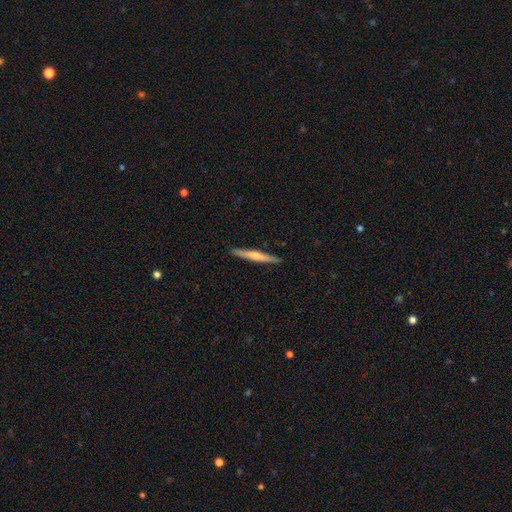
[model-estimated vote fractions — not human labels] Smooth or featured?
  - featured or disk: 51% *
  - smooth: 43%
  - star or artifact: 5%
Edge-on disk?
  - yes: 97% *
  - no: 3%
Merging?
  - none: 91% *
  - minor disturbance: 7%
  - major disturbance: 1%
  - merger: 1%